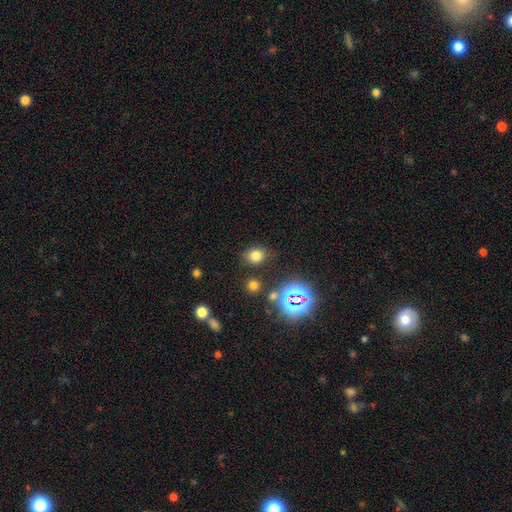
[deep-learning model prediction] smooth 72%, star or artifact 20%, featured or disk 8%. Down the decision tree: how rounded — round (51%); merging — none (81%).